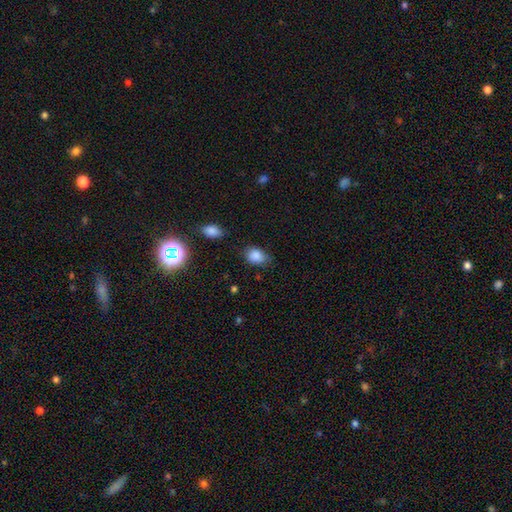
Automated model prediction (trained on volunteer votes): Q: Smooth or featured?
A: smooth (85%); runner-up: star or artifact (10%)
Q: How rounded?
A: in between (67%); runner-up: round (31%)
Q: Merging?
A: none (64%); runner-up: minor disturbance (28%)